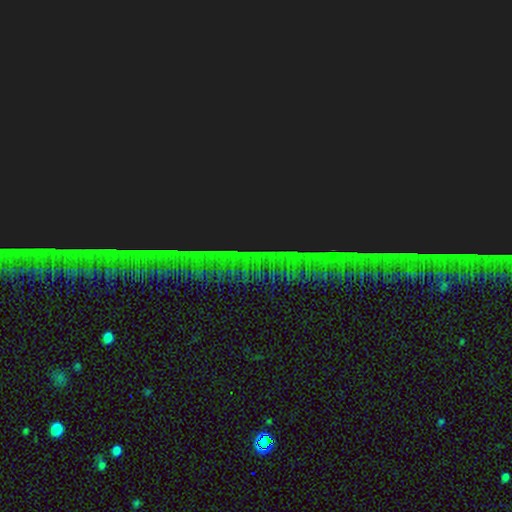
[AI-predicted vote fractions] smooth_or_featured: star or artifact (p=0.86) [alt: featured or disk p=0.07]